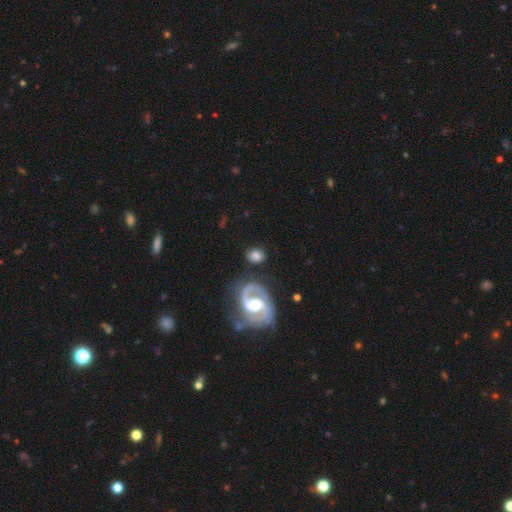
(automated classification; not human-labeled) The model was most divided on "how rounded": round: 55%, in between: 43%, cigar-shaped: 2%. More confident: merging — none (74%); smooth or featured — smooth (59%).